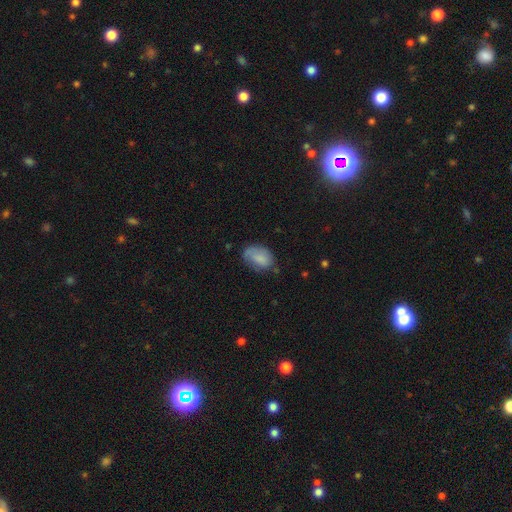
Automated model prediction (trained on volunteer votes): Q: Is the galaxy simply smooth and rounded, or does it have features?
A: smooth — 77%.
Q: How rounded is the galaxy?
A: in between — 87%.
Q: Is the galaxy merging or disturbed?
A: none — 54%.